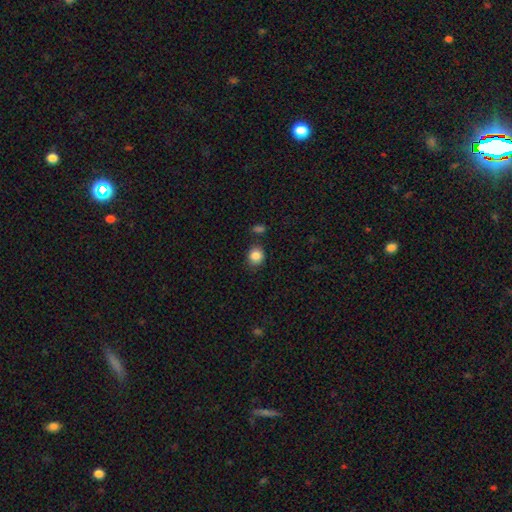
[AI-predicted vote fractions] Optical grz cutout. It shows a smooth galaxy with no disk features (86%) that is round (73%). Merging: none (80%).